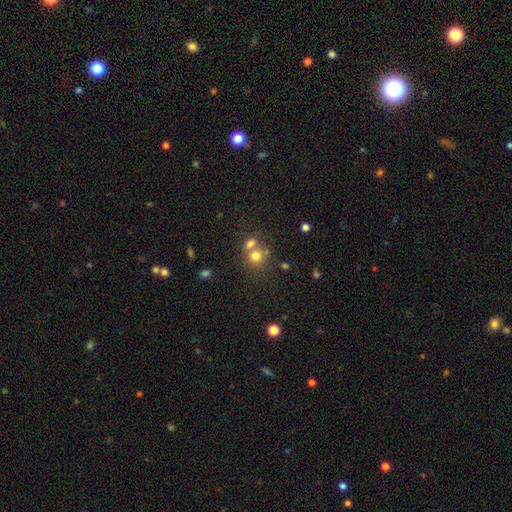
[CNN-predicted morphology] Smooth or featured?
  - smooth: 73% *
  - star or artifact: 15%
  - featured or disk: 12%
How rounded?
  - round: 81% *
  - in between: 18%
  - cigar-shaped: 1%
Merging?
  - none: 46% *
  - merger: 42%
  - minor disturbance: 8%
  - major disturbance: 4%